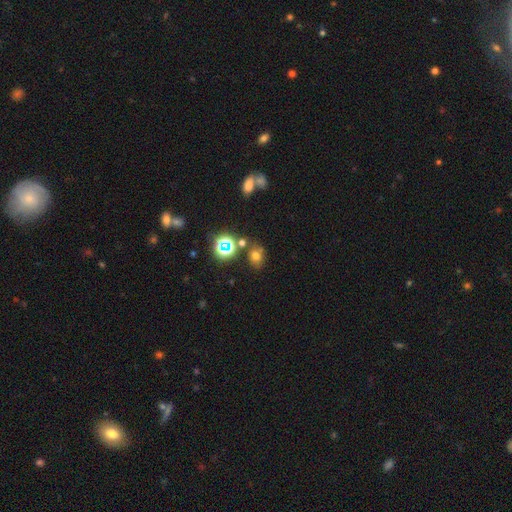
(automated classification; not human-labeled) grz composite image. It shows a smooth galaxy with no disk features (61%) that is round (54%). Merging: none (69%).